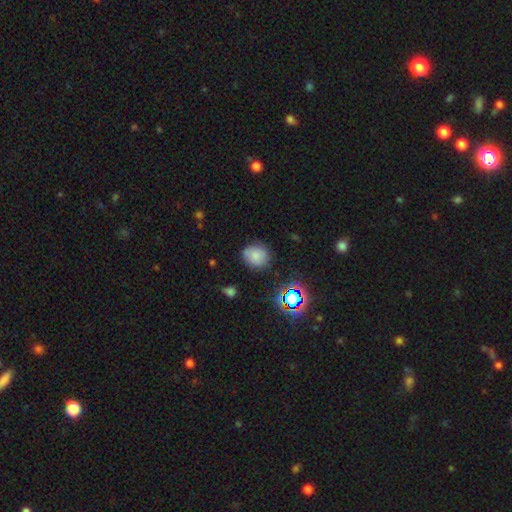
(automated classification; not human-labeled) Smooth or featured? smooth (76%)
How rounded? round (76%)
Merging? none (77%)